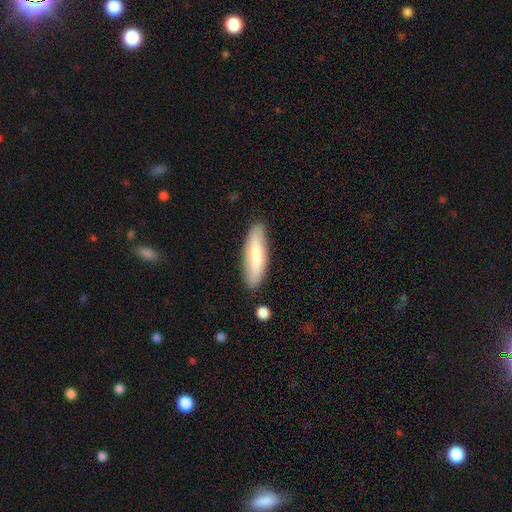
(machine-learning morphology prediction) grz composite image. It shows a smooth galaxy with no disk features (71%) that is cigar-shaped (57%). Merging: none (85%).